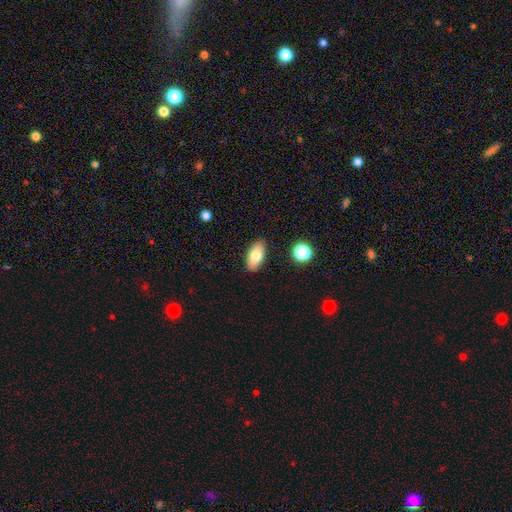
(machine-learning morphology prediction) This appears to be a smooth galaxy with no disk features (79%) that is in between round and cigar-shaped (91%). Merging: none (87%).